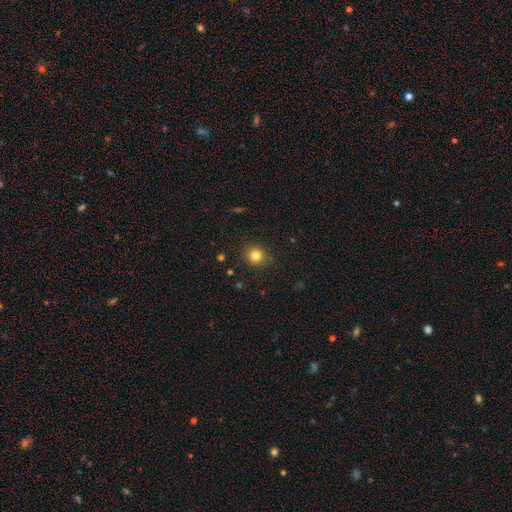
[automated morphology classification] smooth 81%, star or artifact 12%, featured or disk 6%. Down the decision tree: how rounded — round (84%); merging — none (87%).